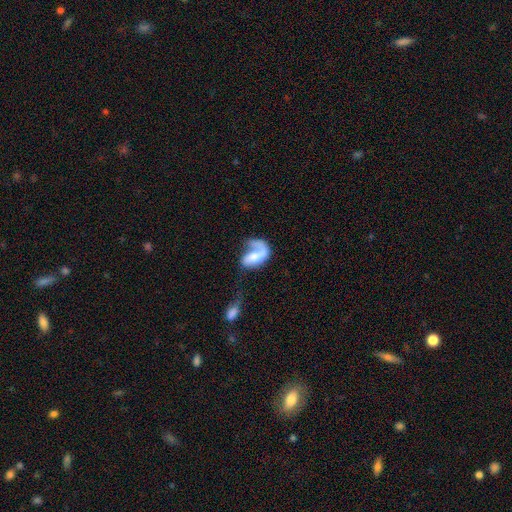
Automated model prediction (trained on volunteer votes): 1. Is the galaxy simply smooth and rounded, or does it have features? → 58% featured or disk, 35% smooth, 7% star or artifact.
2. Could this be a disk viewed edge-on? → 96% no, 4% yes.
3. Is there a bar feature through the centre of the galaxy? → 54% no, 31% weak, 15% strong.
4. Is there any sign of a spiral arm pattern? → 78% yes, 22% no.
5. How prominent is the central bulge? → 41% moderate, 29% small, 15% none, 12% large, 3% dominant.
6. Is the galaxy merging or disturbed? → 41% major disturbance, 27% none, 17% minor disturbance, 15% merger.